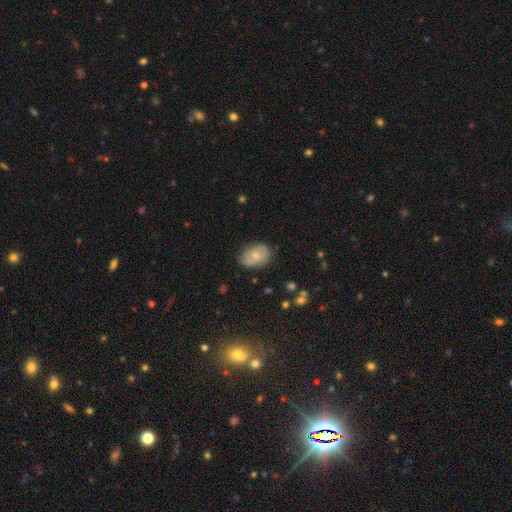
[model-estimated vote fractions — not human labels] Smooth or featured? smooth (58%)
How rounded? in between (77%)
Merging? none (75%)